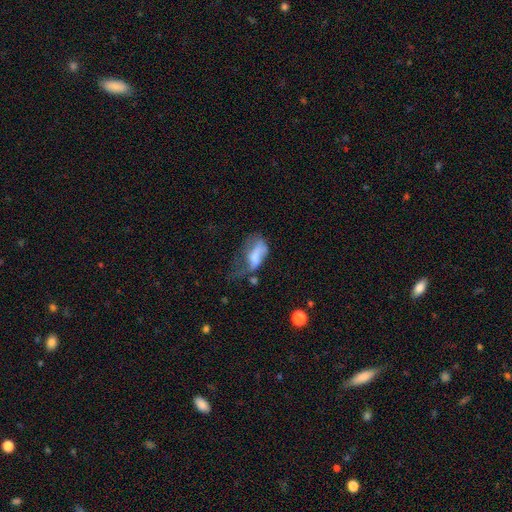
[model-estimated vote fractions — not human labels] A smooth galaxy with no disk features (54%) that is in between round and cigar-shaped (86%). Merging: major disturbance (54%).